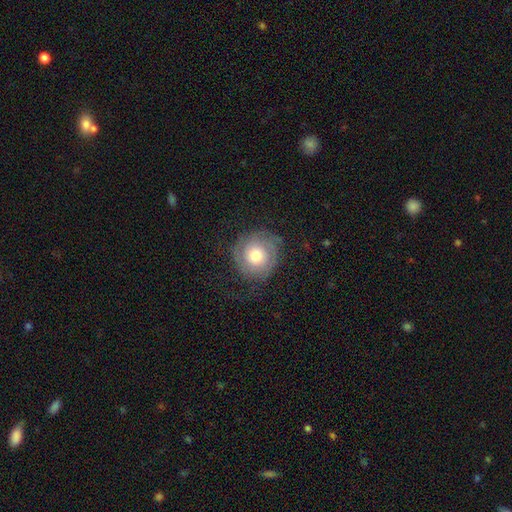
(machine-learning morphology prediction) This is possibly a smooth galaxy (46%). Merging: likely none (69%).